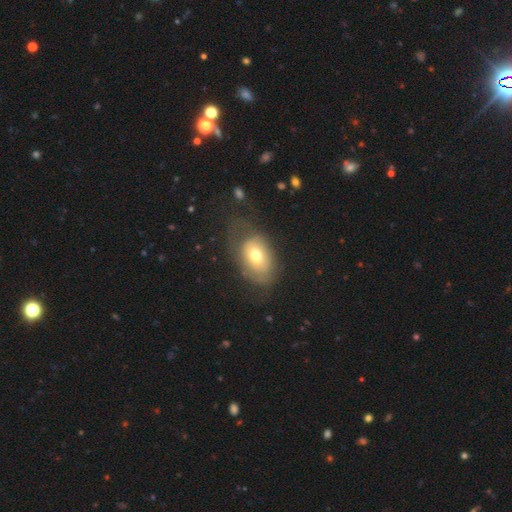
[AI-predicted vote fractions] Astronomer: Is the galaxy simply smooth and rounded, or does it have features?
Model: smooth — 60%.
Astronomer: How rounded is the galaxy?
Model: in between — 78%.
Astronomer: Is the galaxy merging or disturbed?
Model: none — 49% (runner-up: minor disturbance, 26%).